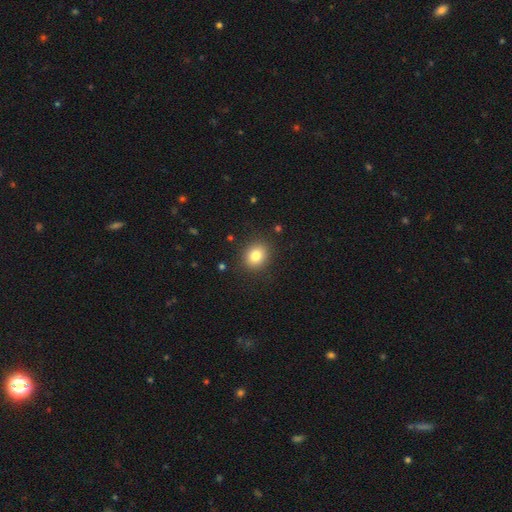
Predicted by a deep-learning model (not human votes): Smooth or featured? smooth (83%)
How rounded? round (65%)
Merging? none (88%)